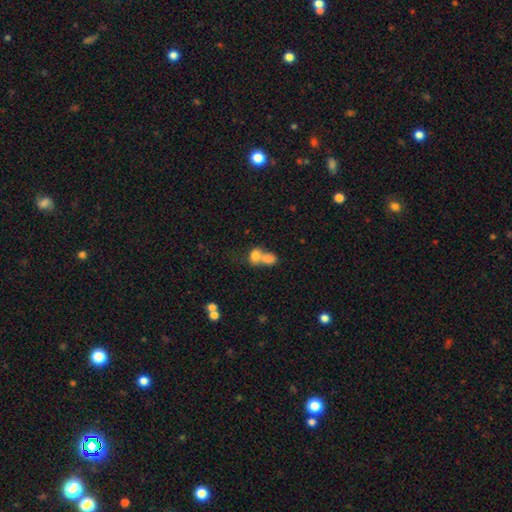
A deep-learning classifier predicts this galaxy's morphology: The model was most divided on "how rounded": in between: 59%, round: 39%, cigar-shaped: 2%. More confident: smooth or featured — smooth (75%); merging — merger (68%).